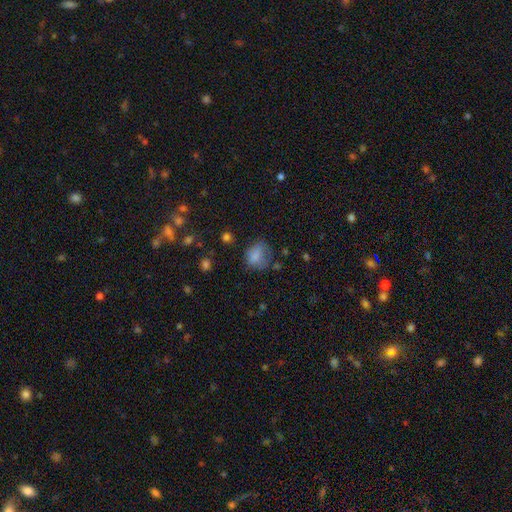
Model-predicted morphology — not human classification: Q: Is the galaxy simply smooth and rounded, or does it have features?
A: smooth — 76%.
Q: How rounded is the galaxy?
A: round — 50%.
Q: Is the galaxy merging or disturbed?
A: none — 49%.